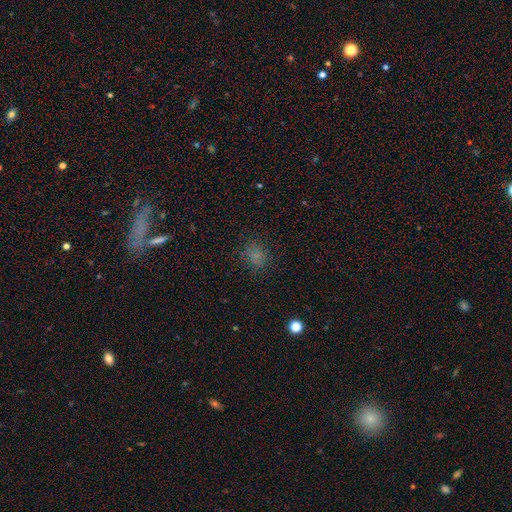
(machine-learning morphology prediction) This appears to be a smooth galaxy with no disk features (69%) that is round (68%). Merging: none (81%).